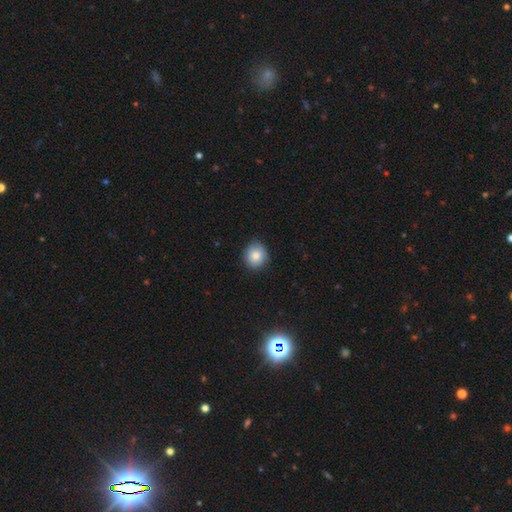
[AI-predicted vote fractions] smooth-or-featured: smooth: 83% | star or artifact: 9% | featured or disk: 8%
  how-rounded: round: 86% | in between: 13% | cigar-shaped: 1%
  merging: none: 86% | minor disturbance: 11% | major disturbance: 2% | merger: 1%